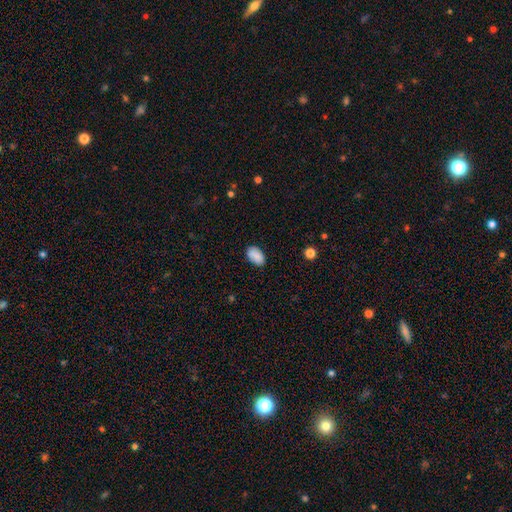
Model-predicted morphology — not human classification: Smooth or featured: smooth — 87% (star or artifact — 8%)
How rounded: in between — 92% (round — 7%)
Merging: none — 79% (minor disturbance — 16%)